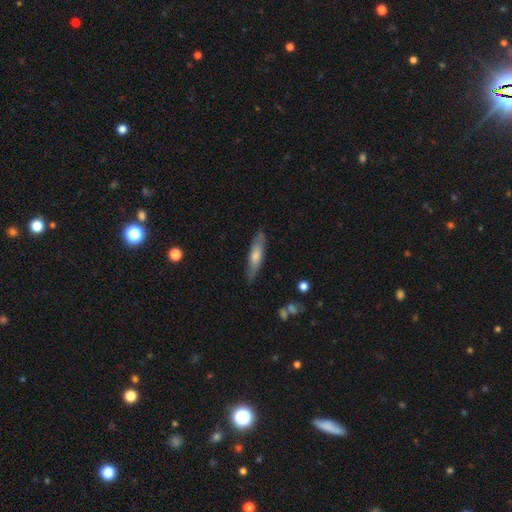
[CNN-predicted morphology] Smooth or featured? Predicted: smooth (p=0.61). How rounded? Predicted: cigar-shaped (p=0.73). Merging? Predicted: none (p=0.81).